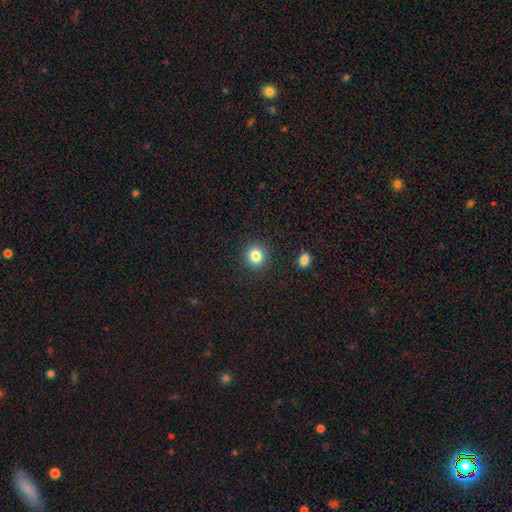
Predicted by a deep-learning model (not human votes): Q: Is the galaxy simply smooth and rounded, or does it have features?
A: smooth — 83%.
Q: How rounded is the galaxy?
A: round — 89%.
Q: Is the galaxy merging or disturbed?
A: none — 90%.